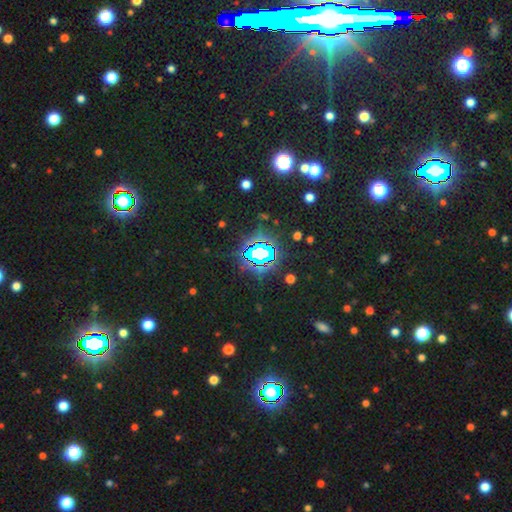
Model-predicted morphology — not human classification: type=star or artifact (75%).